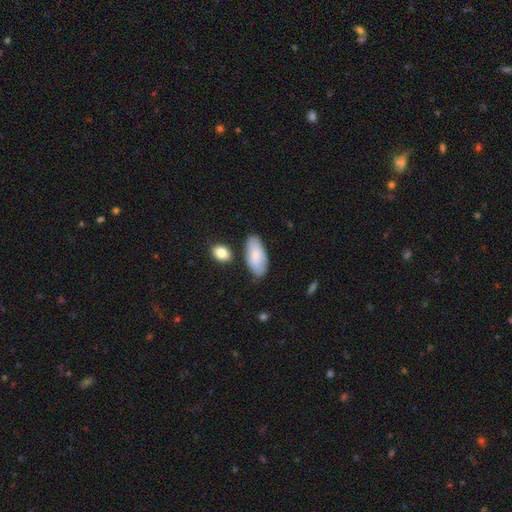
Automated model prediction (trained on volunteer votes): This appears to be a smooth galaxy with no disk features (78%) that is in between round and cigar-shaped (92%). Merging: none (75%).